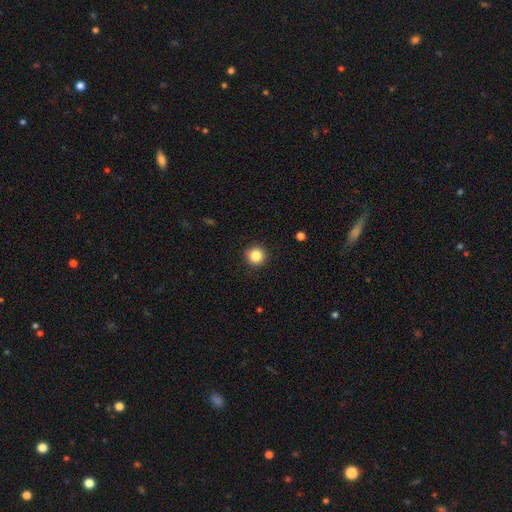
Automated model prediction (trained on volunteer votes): The model was most divided on "smooth or featured": smooth: 85%, star or artifact: 10%, featured or disk: 5%. More confident: how rounded — round (95%); merging — none (92%).